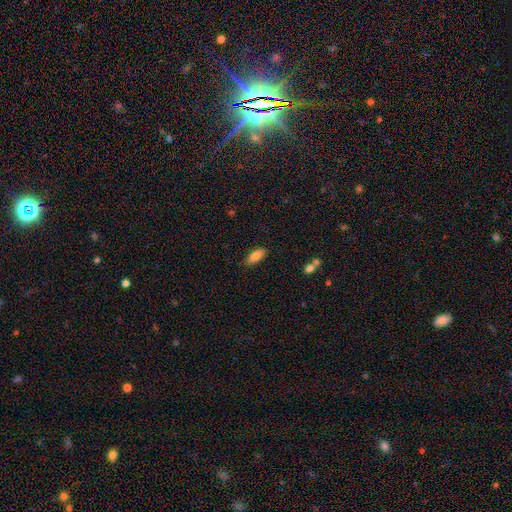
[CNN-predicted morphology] The model was most divided on "how rounded": in between: 76%, cigar-shaped: 22%, round: 2%. More confident: merging — none (85%); smooth or featured — smooth (81%).